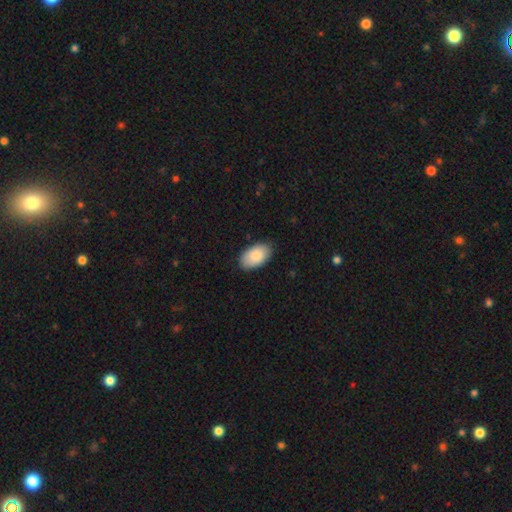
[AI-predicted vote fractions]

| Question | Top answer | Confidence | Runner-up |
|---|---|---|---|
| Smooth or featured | smooth | 87% | featured or disk (7%) |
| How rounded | in between | 95% | round (4%) |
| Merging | none | 85% | minor disturbance (12%) |